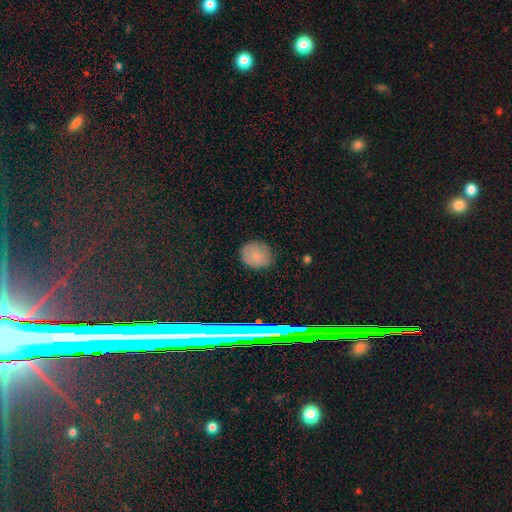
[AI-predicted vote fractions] Smooth or featured?
  - smooth: 74% *
  - star or artifact: 14%
  - featured or disk: 12%
How rounded?
  - round: 75% *
  - in between: 24%
  - cigar-shaped: 1%
Merging?
  - none: 83% *
  - minor disturbance: 13%
  - major disturbance: 3%
  - merger: 1%